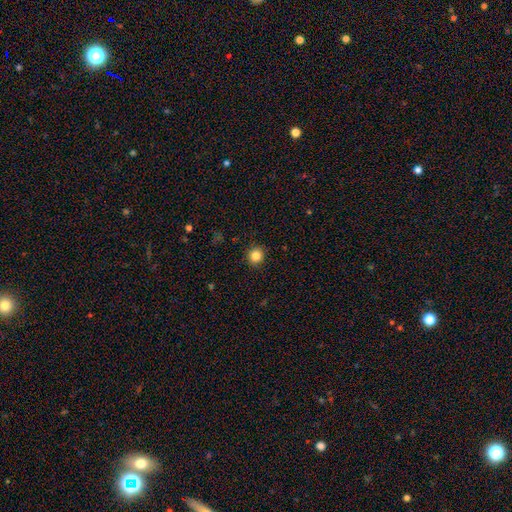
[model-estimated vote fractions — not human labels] The model was most divided on "smooth or featured": smooth: 84%, star or artifact: 11%, featured or disk: 5%. More confident: merging — none (91%); how rounded — round (91%).